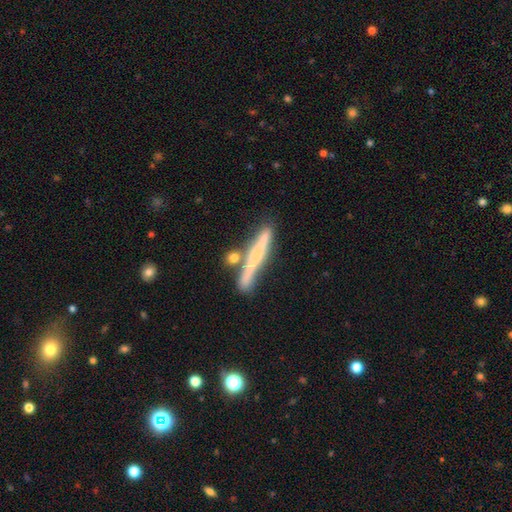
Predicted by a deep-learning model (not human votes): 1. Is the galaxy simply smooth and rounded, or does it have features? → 49% featured or disk, 44% smooth, 7% star or artifact.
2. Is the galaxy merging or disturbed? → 70% none, 15% minor disturbance, 11% merger, 4% major disturbance.